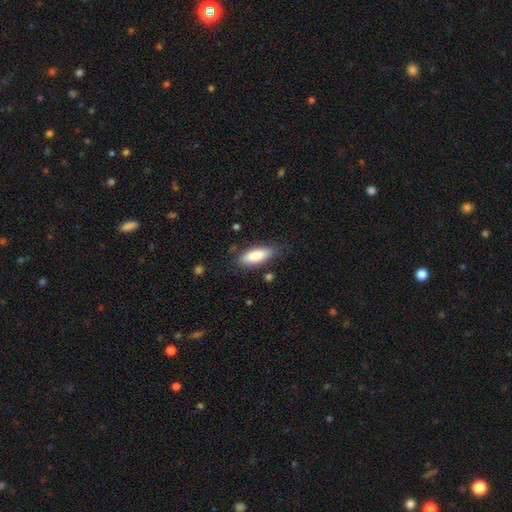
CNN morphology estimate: Q: Smooth or featured?
A: smooth (84%); runner-up: featured or disk (10%)
Q: How rounded?
A: in between (73%); runner-up: cigar-shaped (25%)
Q: Merging?
A: none (79%); runner-up: minor disturbance (15%)